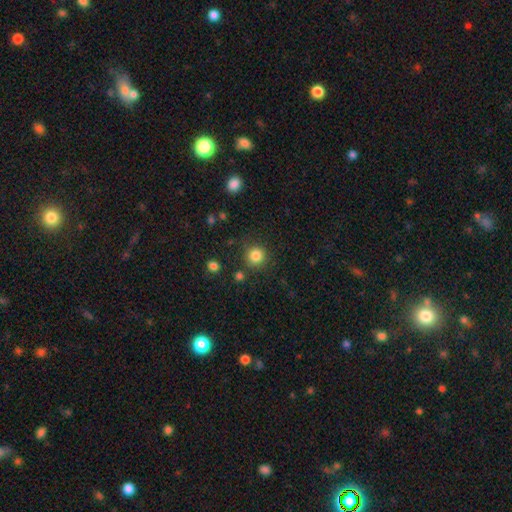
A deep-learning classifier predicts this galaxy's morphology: Smooth or featured? Predicted: smooth (p=0.84). How rounded? Predicted: round (p=0.93). Merging? Predicted: none (p=0.84).